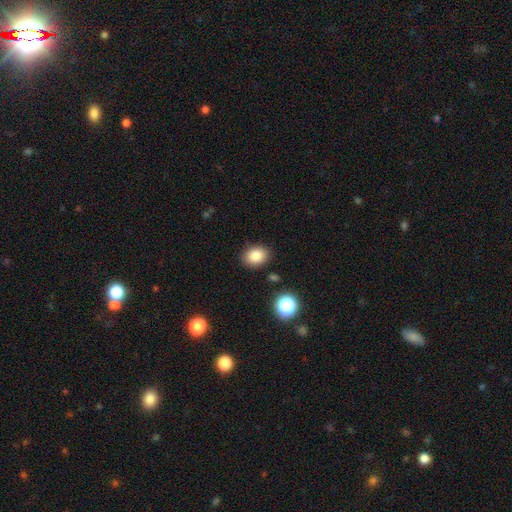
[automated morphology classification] smooth_or_featured: smooth (p=0.85) [alt: star or artifact p=0.10]
how_rounded: in between (p=0.63) [alt: round p=0.36]
merging: none (p=0.85) [alt: minor disturbance p=0.10]